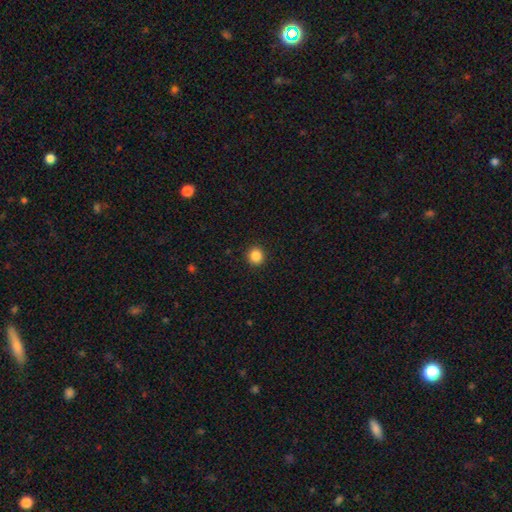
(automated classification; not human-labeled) Morphology: type=smooth (86%); roundness=round (90%); merging=none (92%).